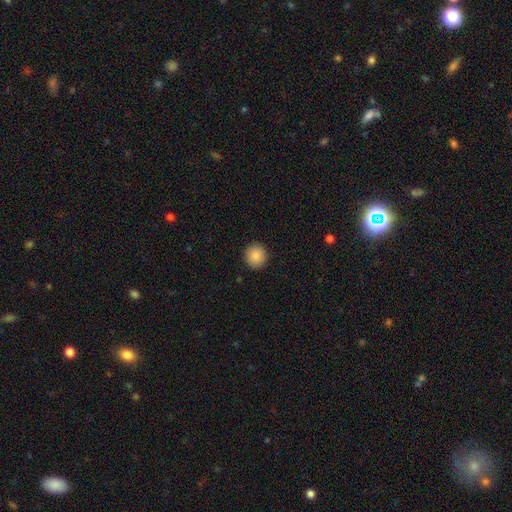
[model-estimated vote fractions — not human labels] Q: Smooth or featured?
A: smooth (87%); runner-up: star or artifact (9%)
Q: How rounded?
A: round (95%); runner-up: in between (4%)
Q: Merging?
A: none (93%); runner-up: minor disturbance (5%)